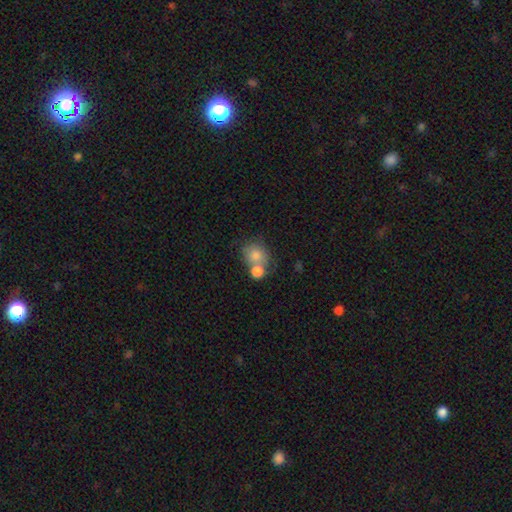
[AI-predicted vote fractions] Overall: smooth (79%). How rounded: round (69%; in between 30%). Merging: merger (42%; none 39%).